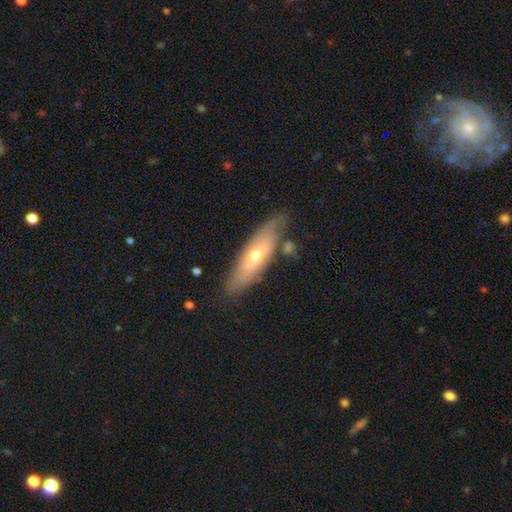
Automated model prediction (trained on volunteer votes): Morphology: type=featured or disk (55%); edge-on=no (53%); merging=none (74%).